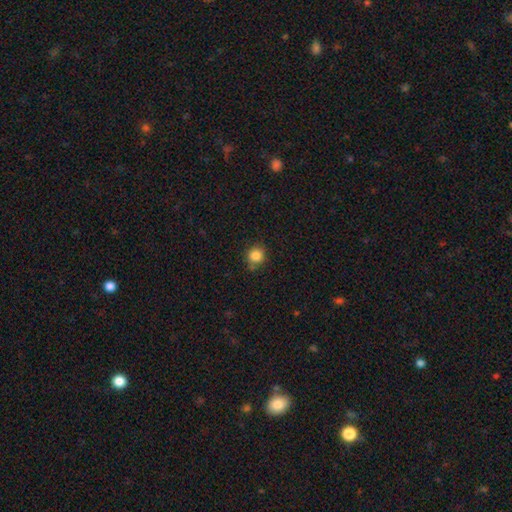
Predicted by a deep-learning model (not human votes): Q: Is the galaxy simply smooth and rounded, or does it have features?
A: smooth — 85%.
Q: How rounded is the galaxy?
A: round — 89%.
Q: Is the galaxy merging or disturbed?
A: none — 79%.